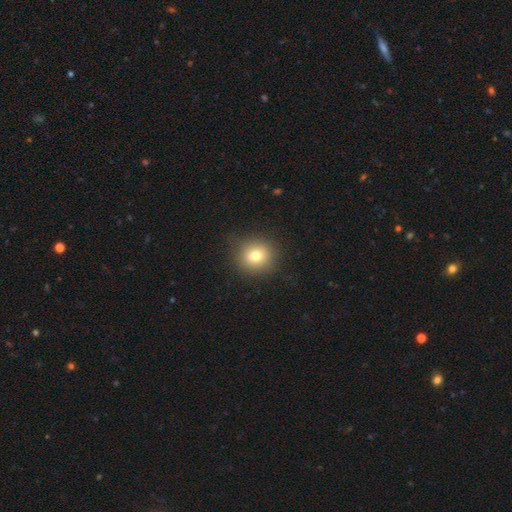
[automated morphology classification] Smooth or featured? Predicted: smooth (p=0.77). How rounded? Predicted: round (p=0.89). Merging? Predicted: none (p=0.88).